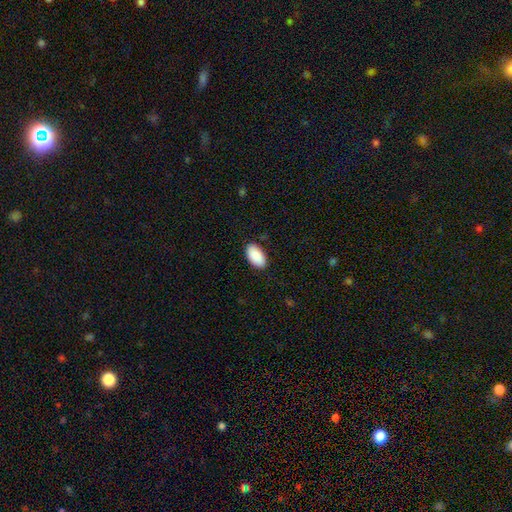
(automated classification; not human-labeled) Q: Smooth or featured?
A: smooth (91%); runner-up: star or artifact (6%)
Q: How rounded?
A: in between (96%); runner-up: round (3%)
Q: Merging?
A: none (87%); runner-up: minor disturbance (10%)